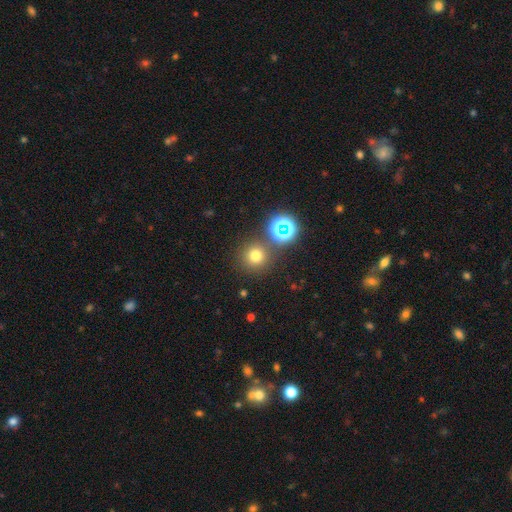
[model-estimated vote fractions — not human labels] smooth_or_featured: smooth (p=0.69) [alt: star or artifact p=0.23]
how_rounded: round (p=0.94) [alt: in between p=0.05]
merging: none (p=0.82) [alt: merger p=0.08]